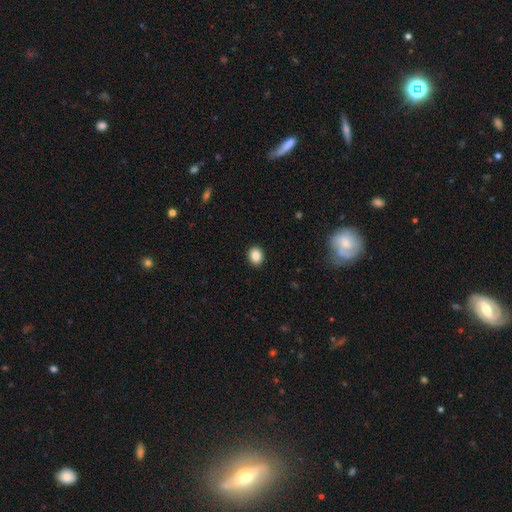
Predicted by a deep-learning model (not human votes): A smooth galaxy with no disk features (87%) that is round (58%).

Vote fractions:
- Smooth or featured? smooth: 87% / star or artifact: 9% / featured or disk: 4%
- How rounded? round: 58% / in between: 41% / cigar-shaped: 1%
- Merging? none: 92% / minor disturbance: 6% / major disturbance: 2% / merger: 1%